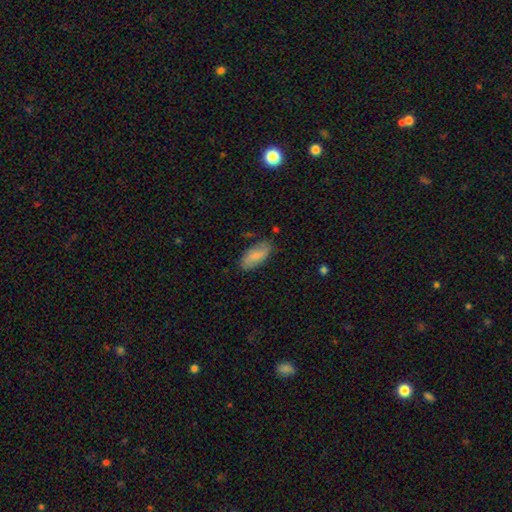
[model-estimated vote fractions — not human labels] Smooth or featured? smooth (77%)
How rounded? in between (89%)
Merging? none (76%)